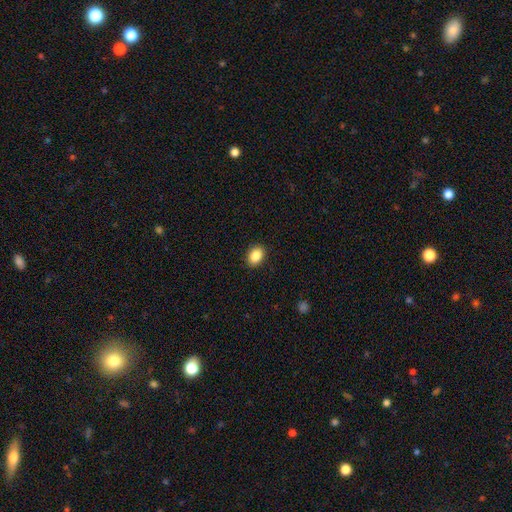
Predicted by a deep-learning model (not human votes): This appears to be a smooth galaxy with no disk features (88%) that is in between round and cigar-shaped (74%). Merging: none (89%).